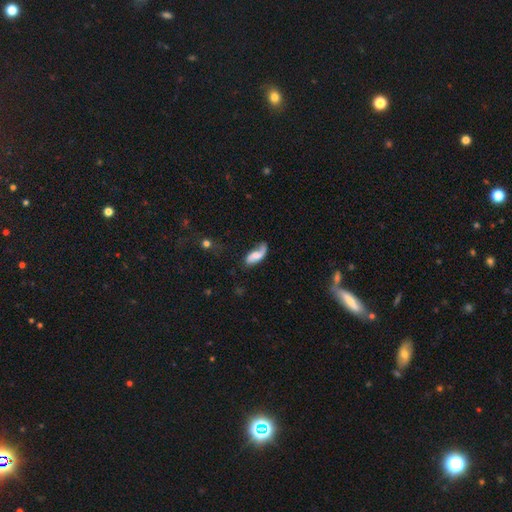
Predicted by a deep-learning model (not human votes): Overall: featured or disk (49%; smooth 44%). Merging: none (43%; minor disturbance 28%).